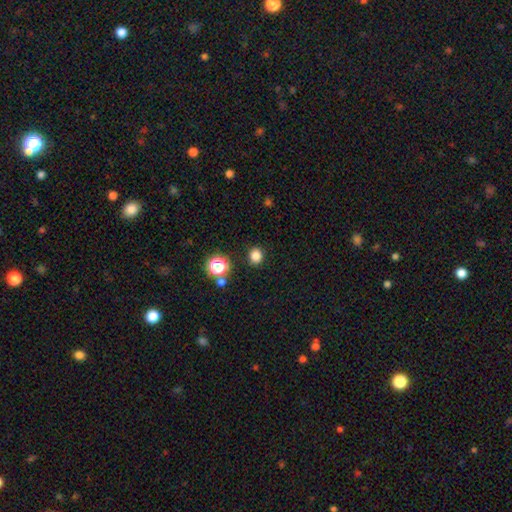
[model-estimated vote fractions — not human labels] Smooth or featured?
  - smooth: 81% *
  - star or artifact: 15%
  - featured or disk: 4%
How rounded?
  - round: 82% *
  - in between: 17%
  - cigar-shaped: 1%
Merging?
  - none: 88% *
  - minor disturbance: 7%
  - major disturbance: 3%
  - merger: 3%